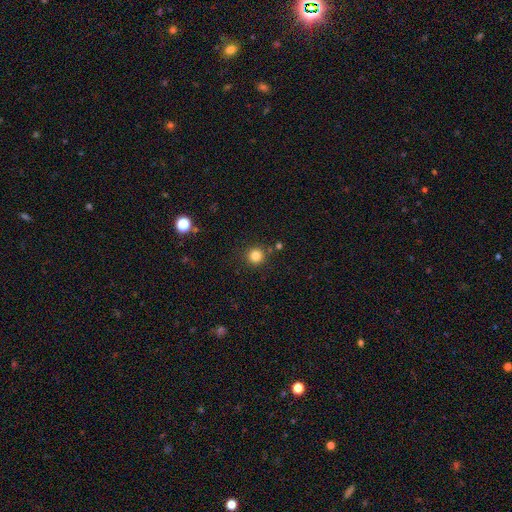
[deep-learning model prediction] smooth 82%, star or artifact 13%, featured or disk 5%. Down the decision tree: how rounded — round (95%); merging — none (87%).